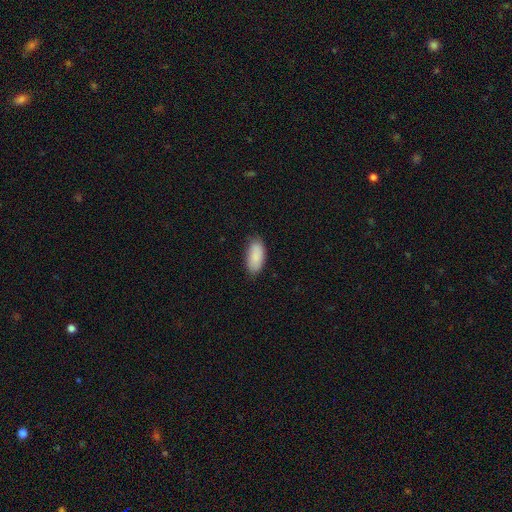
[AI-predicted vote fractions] smooth-or-featured: smooth: 89% | star or artifact: 6% | featured or disk: 5%
  how-rounded: in between: 91% | cigar-shaped: 7% | round: 2%
  merging: none: 82% | minor disturbance: 15% | major disturbance: 3% | merger: 1%